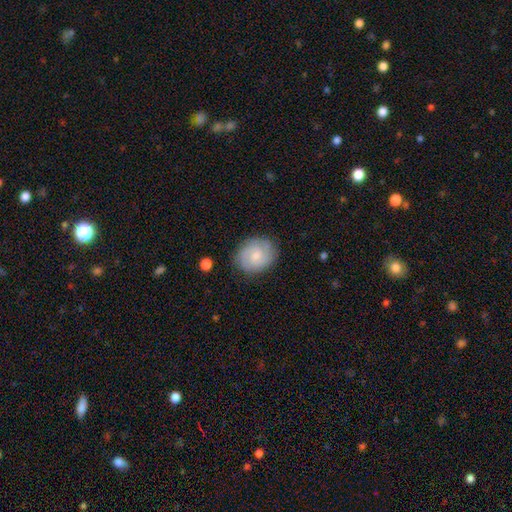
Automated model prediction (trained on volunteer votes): Smooth or featured: featured or disk — 62% (smooth — 32%)
Edge-on disk: no — 98% (yes — 2%)
Bar: no — 58% (weak — 37%)
Spiral arms: yes — 92% (no — 8%)
Spiral winding: tight — 54% (medium — 36%)
Spiral arm count: 2 — 52% (can't tell — 19%)
Bulge size: small — 46% (moderate — 40%)
Merging: none — 82% (minor disturbance — 13%)